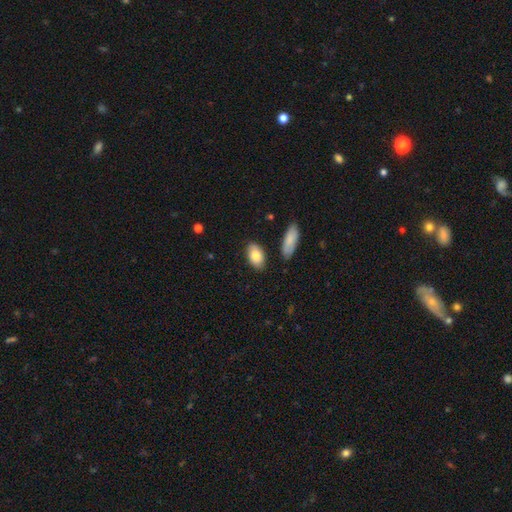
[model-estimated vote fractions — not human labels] Overall: smooth (82%). How rounded: in between (92%). Merging: none (84%).